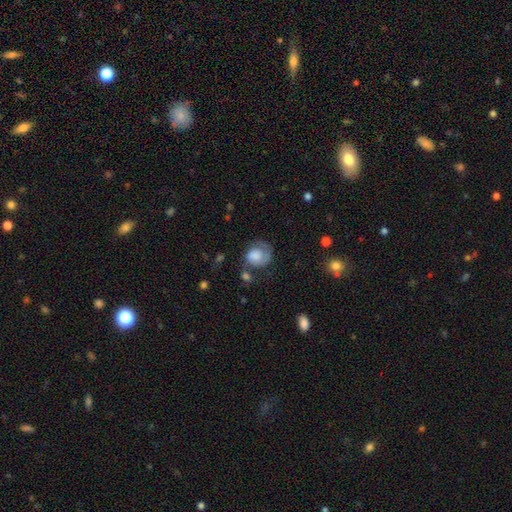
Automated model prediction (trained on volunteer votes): Smooth or featured?
  - smooth: 53% *
  - featured or disk: 39%
  - star or artifact: 8%
How rounded?
  - round: 64% *
  - in between: 35%
  - cigar-shaped: 1%
Merging?
  - none: 40% *
  - major disturbance: 28%
  - minor disturbance: 25%
  - merger: 6%